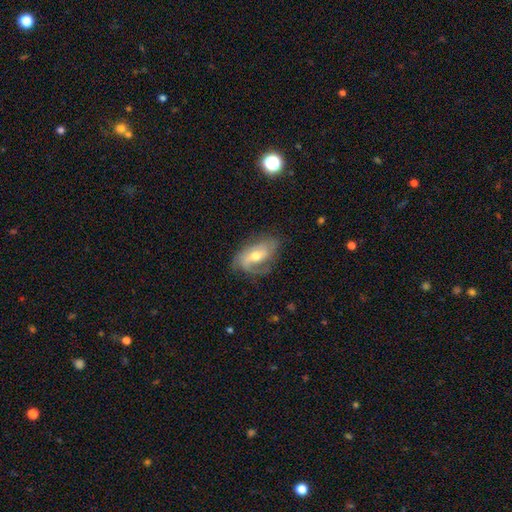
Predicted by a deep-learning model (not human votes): featured or disk 72%, smooth 21%, star or artifact 7%. Down the decision tree: edge-on disk — no (94%); bar — no (46%); spiral arms — yes (88%); spiral arm count — 2 (49%); spiral winding — medium (40%); bulge size — moderate (69%); merging — none (62%).